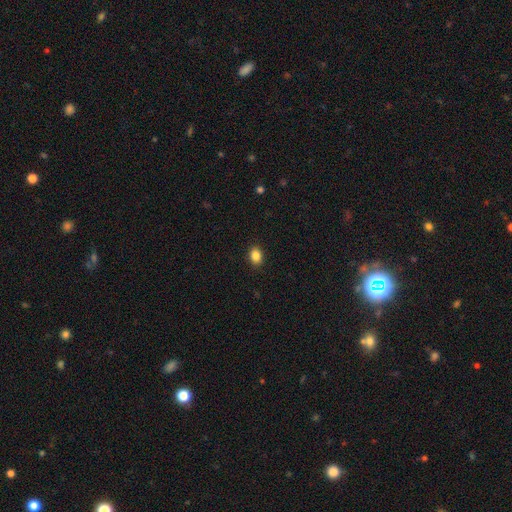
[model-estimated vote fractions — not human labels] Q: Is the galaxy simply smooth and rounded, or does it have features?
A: smooth — 87%.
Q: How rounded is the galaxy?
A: in between — 64%.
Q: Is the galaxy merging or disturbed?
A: none — 90%.